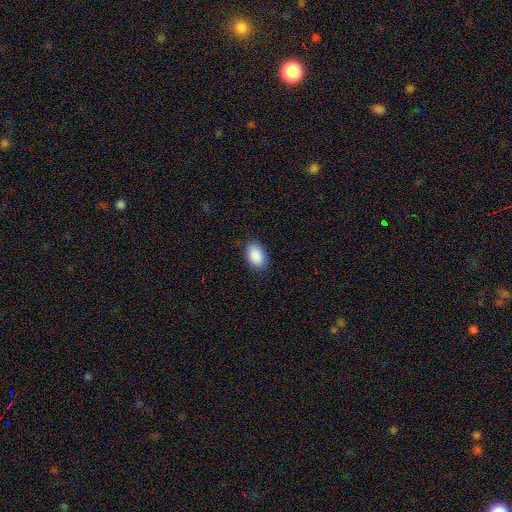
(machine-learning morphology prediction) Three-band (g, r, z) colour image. It shows a smooth galaxy with no disk features (90%) that is in between round and cigar-shaped (90%). Merging: none (86%).